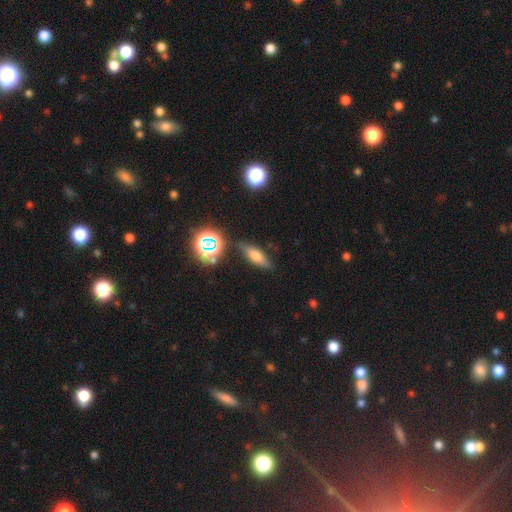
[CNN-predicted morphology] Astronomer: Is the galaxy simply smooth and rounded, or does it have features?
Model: smooth — 58%.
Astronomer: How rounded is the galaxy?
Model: in between — 52% (runner-up: cigar-shaped, 42%).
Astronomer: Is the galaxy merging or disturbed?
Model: none — 78%.